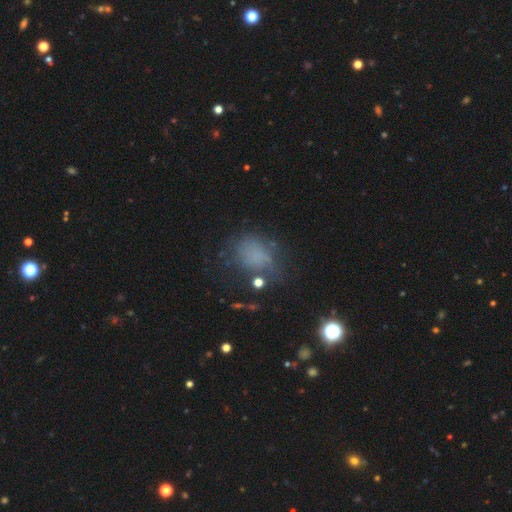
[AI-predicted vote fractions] Overall: smooth (62%). How rounded: in between (53%; round 46%). Merging: none (53%; minor disturbance 24%).